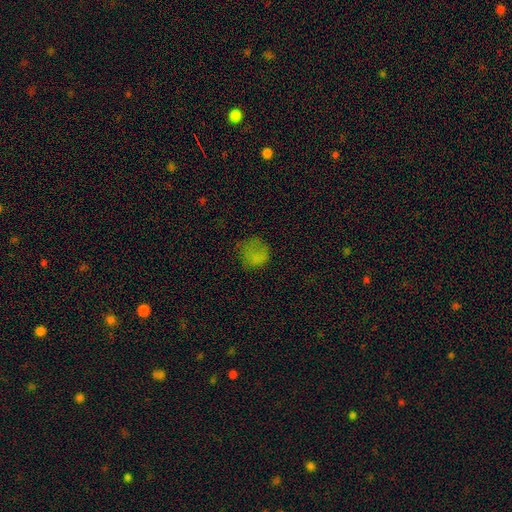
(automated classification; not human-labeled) smooth_or_featured: smooth (p=0.66) [alt: star or artifact p=0.21]
how_rounded: round (p=0.76) [alt: in between p=0.23]
merging: none (p=0.53) [alt: minor disturbance p=0.24]